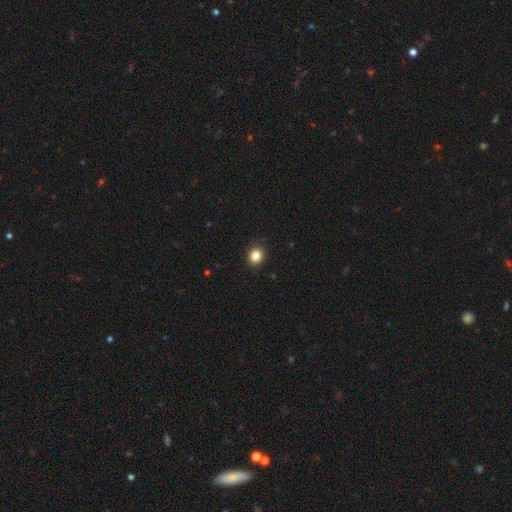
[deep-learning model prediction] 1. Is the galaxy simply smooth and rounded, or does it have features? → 85% smooth, 11% star or artifact, 4% featured or disk.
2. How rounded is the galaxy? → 71% round, 29% in between, 1% cigar-shaped.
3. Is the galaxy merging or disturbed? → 87% none, 10% minor disturbance, 2% major disturbance, 1% merger.